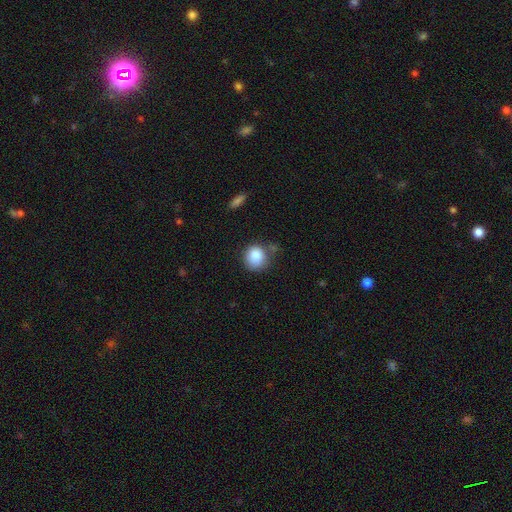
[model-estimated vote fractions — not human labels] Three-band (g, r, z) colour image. It shows a smooth galaxy with no disk features (87%) that is round (84%). Merging: none (62%).